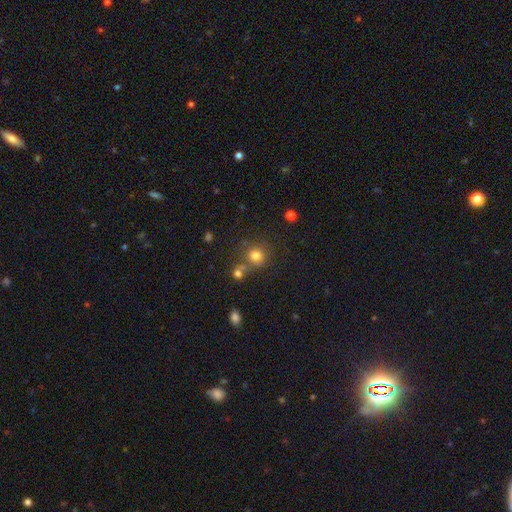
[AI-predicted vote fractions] A smooth galaxy with no disk features (77%) that is round (89%). Merging: none (67%).